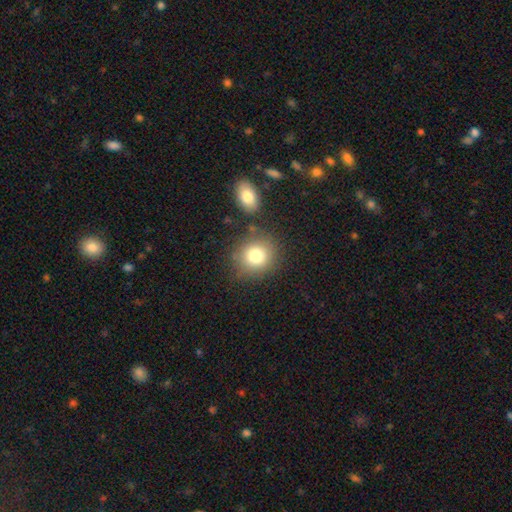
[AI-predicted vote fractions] Smooth or featured? Predicted: smooth (p=0.79). How rounded? Predicted: round (p=0.84). Merging? Predicted: none (p=0.75).